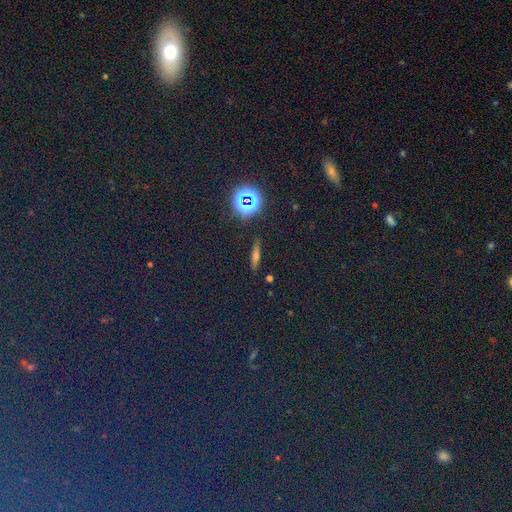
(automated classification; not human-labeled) A star or artifact, not a galaxy (36%).